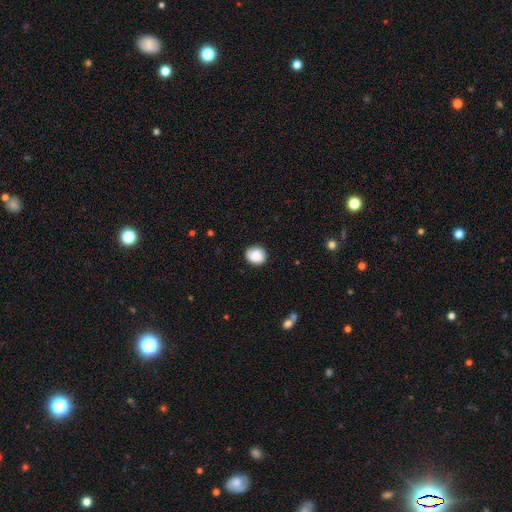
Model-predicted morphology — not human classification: Smooth or featured?
  - smooth: 80% *
  - featured or disk: 12%
  - star or artifact: 8%
How rounded?
  - round: 73% *
  - in between: 26%
  - cigar-shaped: 1%
Merging?
  - none: 83% *
  - minor disturbance: 13%
  - major disturbance: 3%
  - merger: 1%